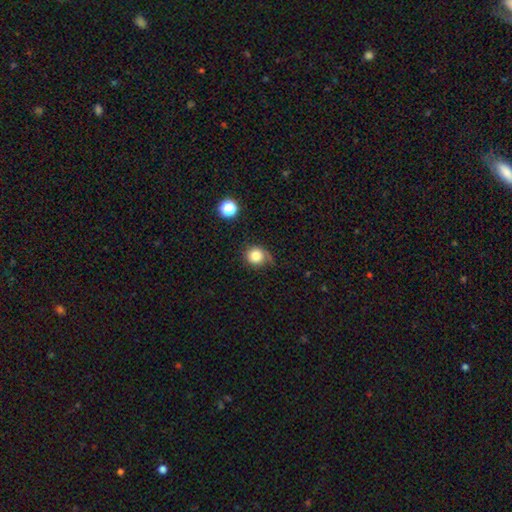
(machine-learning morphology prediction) type=smooth (80%); roundness=round (89%); merging=none (62%).